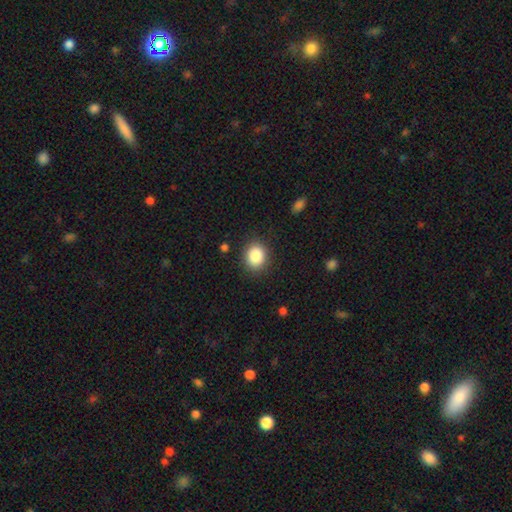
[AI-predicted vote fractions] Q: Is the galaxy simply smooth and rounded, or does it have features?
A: smooth — 87%.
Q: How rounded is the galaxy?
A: round — 65%.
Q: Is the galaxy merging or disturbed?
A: none — 87%.